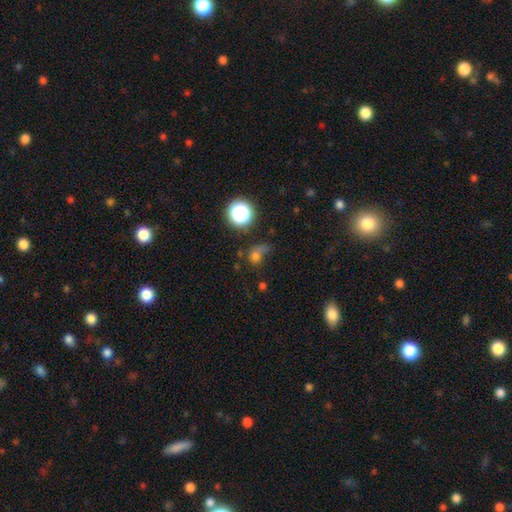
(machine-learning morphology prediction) smooth_or_featured: smooth (p=0.68) [alt: star or artifact p=0.22]
how_rounded: round (p=0.74) [alt: in between p=0.25]
merging: none (p=0.40) [alt: major disturbance p=0.26]